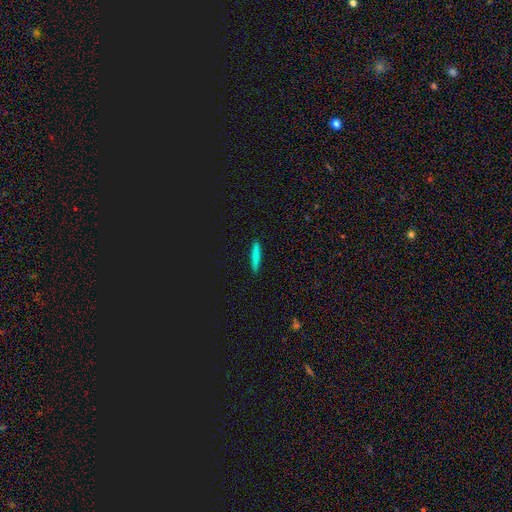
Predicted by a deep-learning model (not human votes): Overall: smooth (79%). How rounded: cigar-shaped (92%). Merging: none (91%).